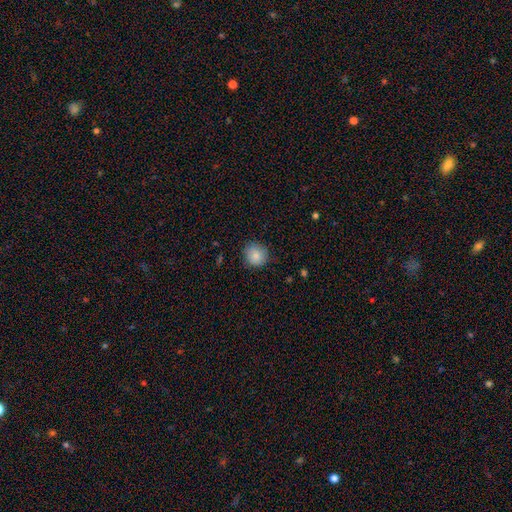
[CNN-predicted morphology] Overall: smooth (87%). How rounded: round (86%). Merging: none (84%).